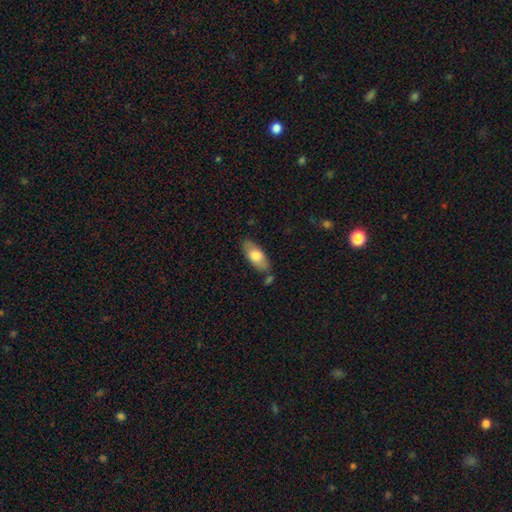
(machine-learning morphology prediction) Overall: smooth (74%). How rounded: in between (86%). Merging: none (72%).